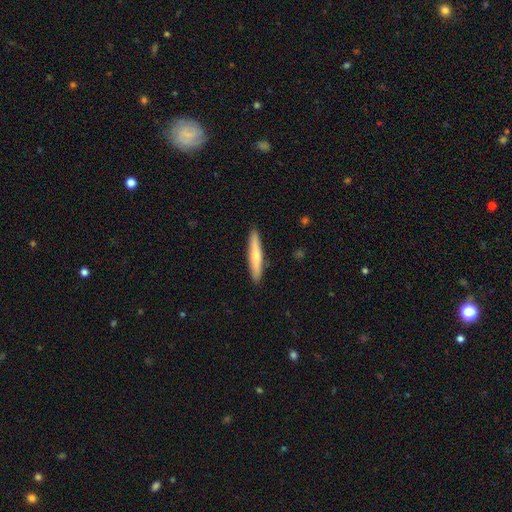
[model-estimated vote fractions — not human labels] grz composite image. It shows a smooth galaxy with no disk features (60%) that is cigar-shaped (92%). Merging: none (91%).